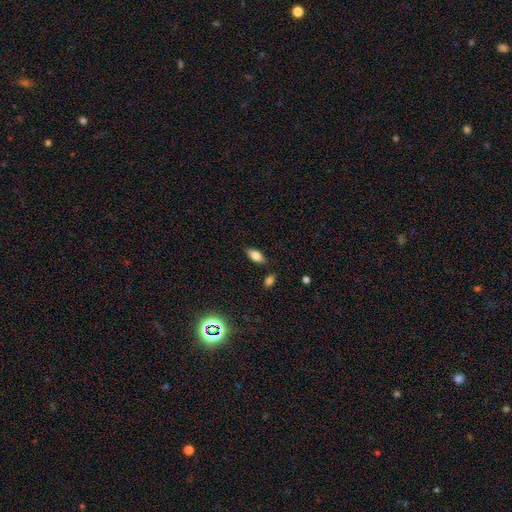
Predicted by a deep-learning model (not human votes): Morphology: type=smooth (80%); roundness=in between (86%); merging=none (83%).